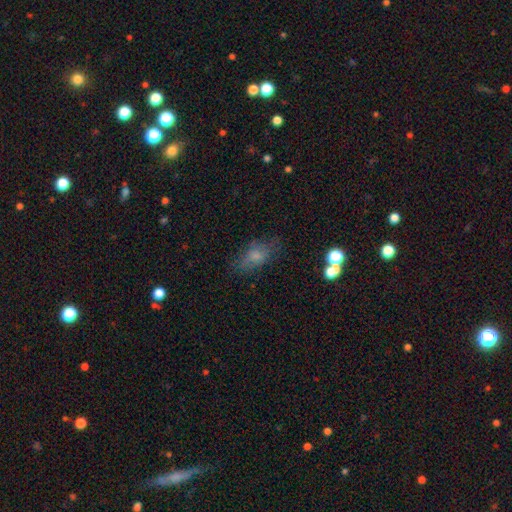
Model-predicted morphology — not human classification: This appears to be a smooth galaxy with no disk features (67%) that is in between round and cigar-shaped (83%). Merging: none (64%).